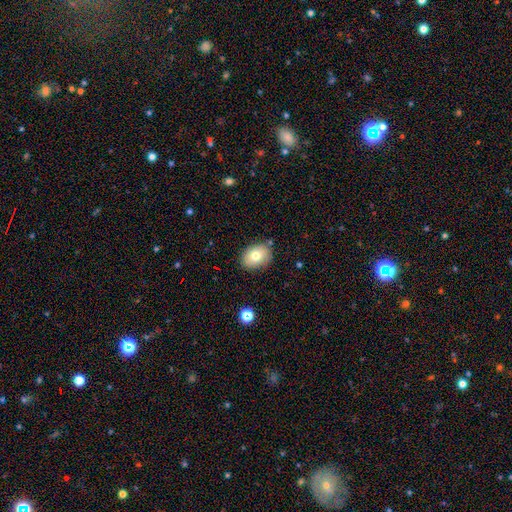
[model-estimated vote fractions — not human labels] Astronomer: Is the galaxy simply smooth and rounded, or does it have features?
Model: smooth — 75%.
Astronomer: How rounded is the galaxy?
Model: in between — 73%.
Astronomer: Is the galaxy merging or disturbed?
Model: none — 82%.